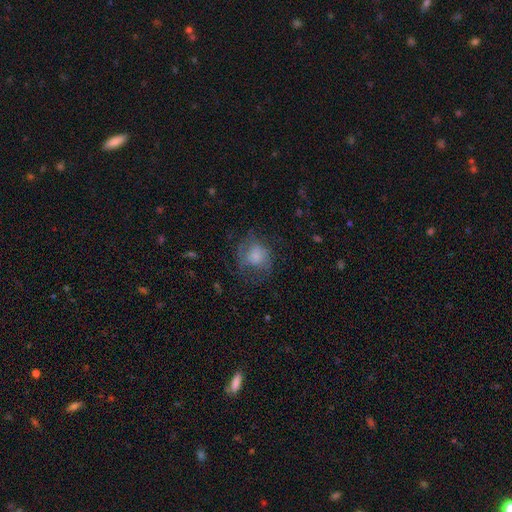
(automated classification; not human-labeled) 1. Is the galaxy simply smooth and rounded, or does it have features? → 60% smooth, 30% featured or disk, 10% star or artifact.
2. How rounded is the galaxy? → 70% round, 29% in between, 1% cigar-shaped.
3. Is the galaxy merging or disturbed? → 48% none, 27% major disturbance, 24% minor disturbance, 2% merger.